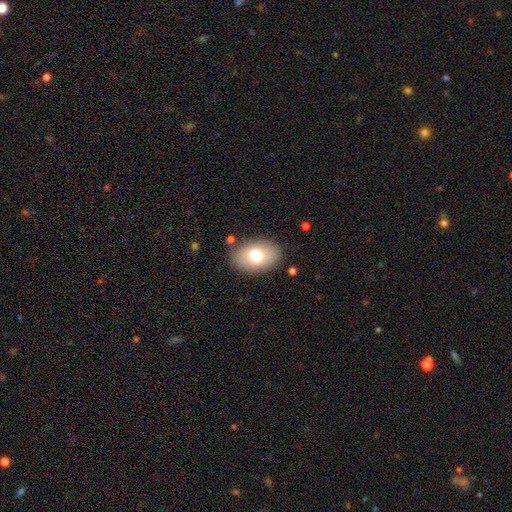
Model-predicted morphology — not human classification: Smooth or featured?
  - smooth: 72% *
  - featured or disk: 19%
  - star or artifact: 9%
How rounded?
  - in between: 82% *
  - round: 17%
  - cigar-shaped: 1%
Merging?
  - none: 85% *
  - minor disturbance: 10%
  - major disturbance: 3%
  - merger: 2%